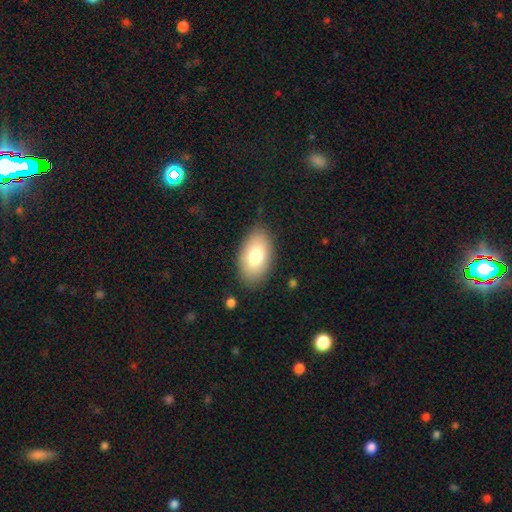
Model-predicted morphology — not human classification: smooth_or_featured: smooth (p=0.76) [alt: featured or disk p=0.17]
how_rounded: in between (p=0.92) [alt: round p=0.06]
merging: none (p=0.82) [alt: minor disturbance p=0.13]